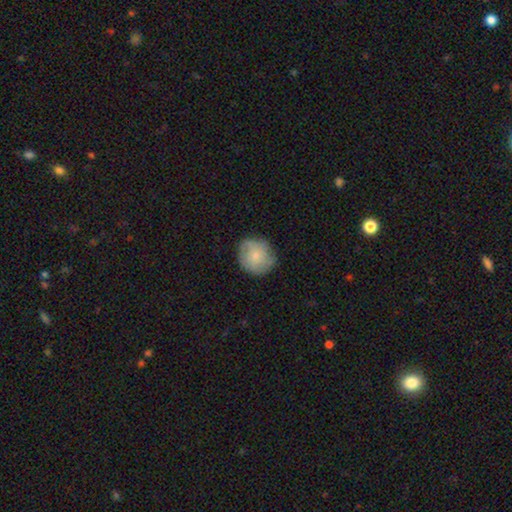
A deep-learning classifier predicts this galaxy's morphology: Overall: smooth (64%; featured or disk 29%). How rounded: round (86%). Merging: none (78%).